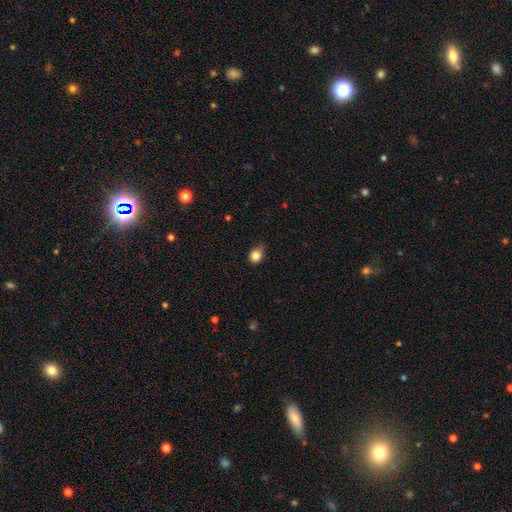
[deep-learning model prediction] A smooth galaxy with no disk features (83%) that is round (60%). Merging: none (52%).